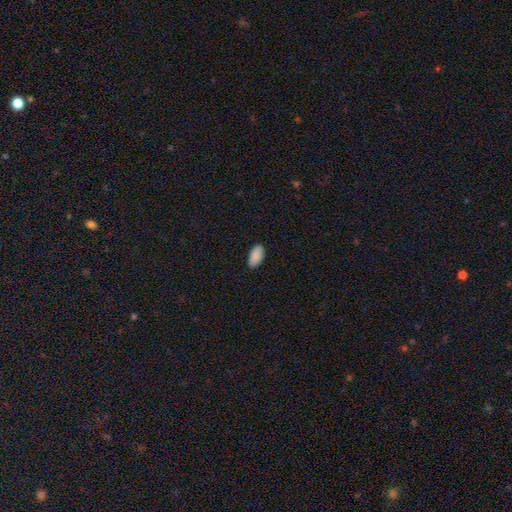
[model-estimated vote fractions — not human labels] This is clearly a smooth galaxy (90%). How rounded: clearly in between (95%). Merging: clearly none (86%).